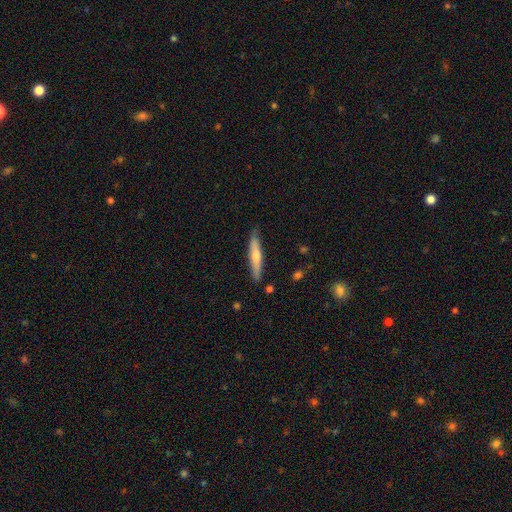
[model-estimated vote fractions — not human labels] Smooth or featured? Predicted: featured or disk (p=0.51). Edge-on disk? Predicted: yes (p=0.93). Merging? Predicted: none (p=0.86).